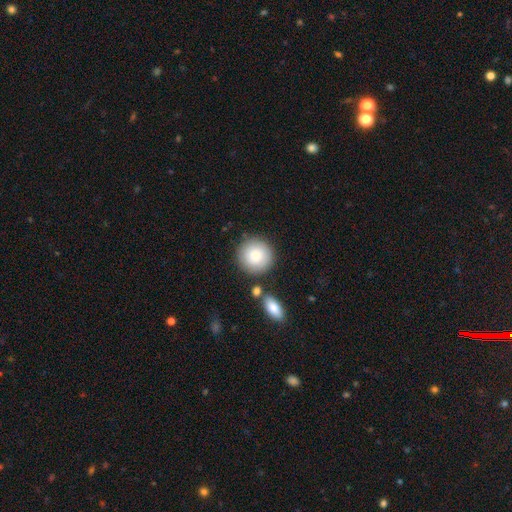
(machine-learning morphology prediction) A smooth galaxy with no disk features (84%) that is round (94%). Merging: none (79%).